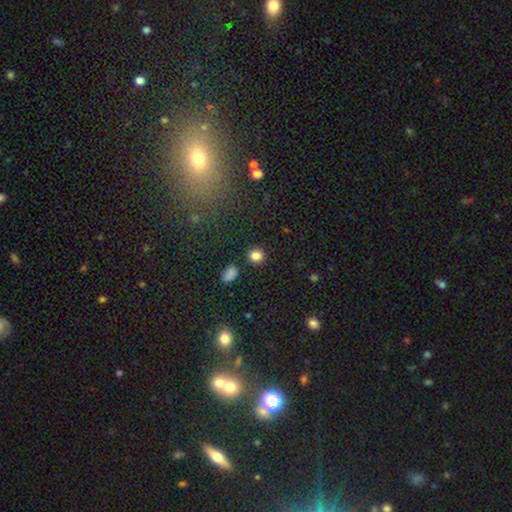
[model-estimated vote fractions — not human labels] smooth 84%, star or artifact 12%, featured or disk 4%. Down the decision tree: how rounded — round (87%); merging — none (88%).